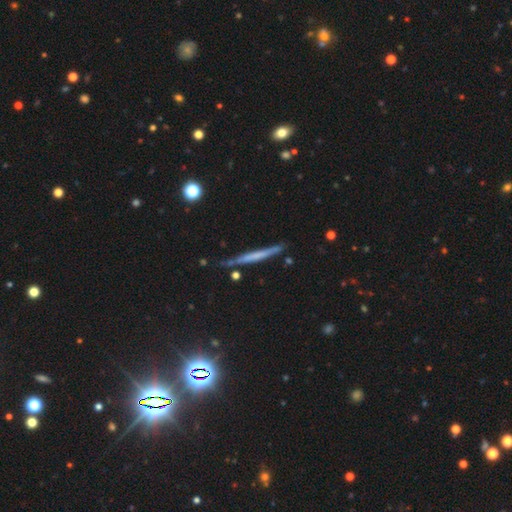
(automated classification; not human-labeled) Smooth or featured? featured or disk (48%)
Merging? none (80%)